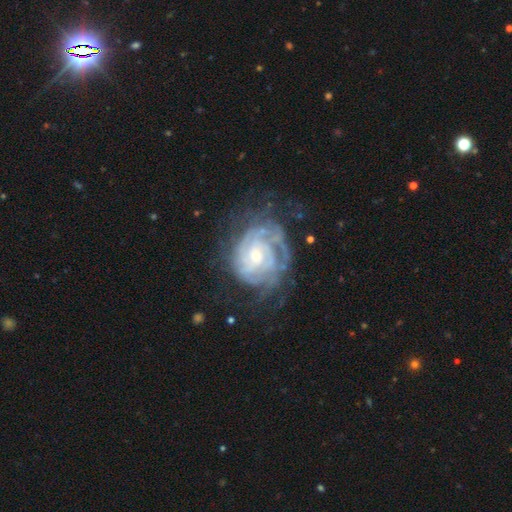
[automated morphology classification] A featured or disk galaxy (86%) with no bar (63%), tight (72%) spiral arms (94%) and a small central bulge (58%).

Vote fractions:
- Smooth or featured? featured or disk: 86% / smooth: 8% / star or artifact: 6%
- Edge-on disk? no: 98% / yes: 2%
- Bar? no: 63% / weak: 31% / strong: 6%
- Spiral arms? yes: 94% / no: 6%
- Spiral winding? tight: 72% / medium: 22% / loose: 6%
- Spiral arm count? can't tell: 41% / 2: 19% / 3: 17% / 4: 12% / more than 4: 6% / 1: 6%
- Bulge size? small: 58% / moderate: 36% / large: 3% / none: 2% / dominant: 1%
- Merging? none: 60% / minor disturbance: 21% / major disturbance: 17% / merger: 2%